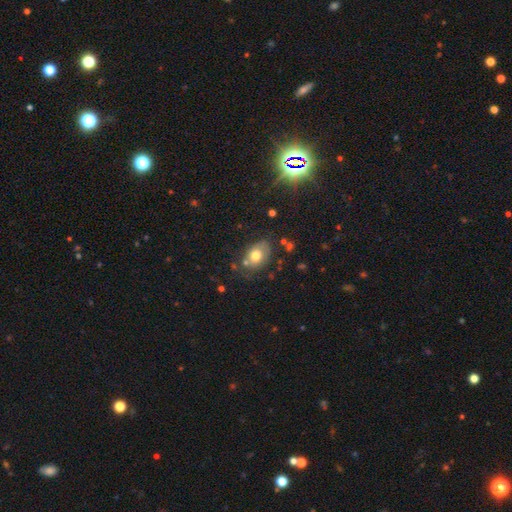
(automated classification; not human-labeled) Smooth or featured? Predicted: smooth (p=0.66). How rounded? Predicted: in between (p=0.71). Merging? Predicted: none (p=0.59).